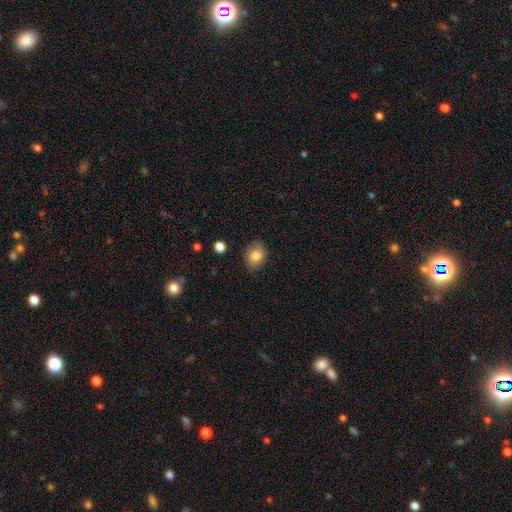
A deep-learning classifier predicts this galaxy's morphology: A smooth galaxy with no disk features (82%) that is in between round and cigar-shaped (54%).

Vote fractions:
- Smooth or featured? smooth: 82% / featured or disk: 9% / star or artifact: 9%
- How rounded? in between: 54% / round: 45% / cigar-shaped: 1%
- Merging? none: 81% / minor disturbance: 15% / major disturbance: 3% / merger: 1%